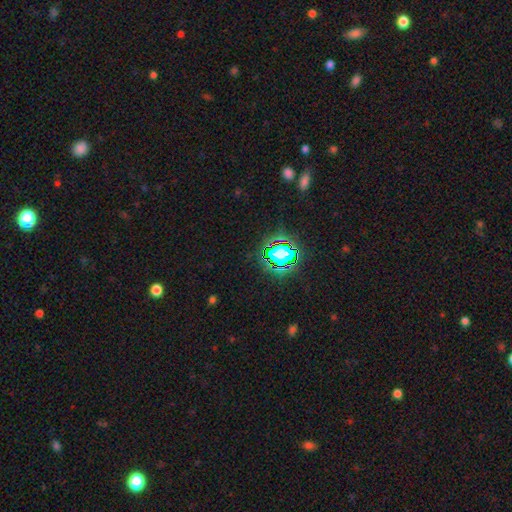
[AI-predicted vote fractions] smooth_or_featured: star or artifact (p=0.77) [alt: smooth p=0.15]